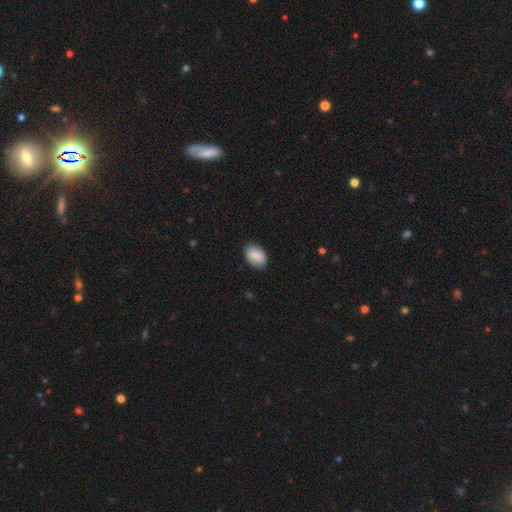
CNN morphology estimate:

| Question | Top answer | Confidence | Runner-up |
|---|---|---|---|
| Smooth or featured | smooth | 84% | featured or disk (9%) |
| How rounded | in between | 87% | round (12%) |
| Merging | none | 81% | minor disturbance (15%) |